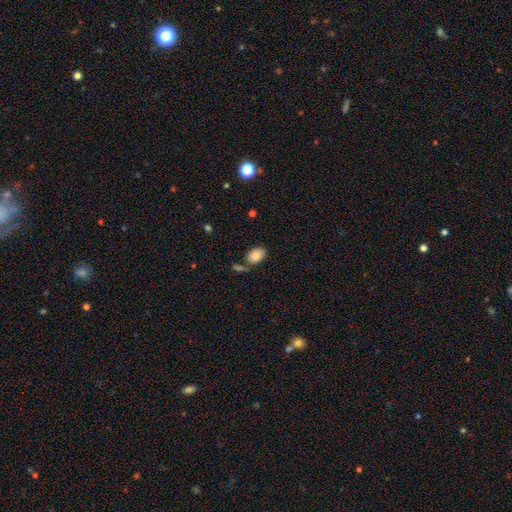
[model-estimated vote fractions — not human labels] The model was most divided on "merging": none: 66%, merger: 15%, minor disturbance: 14%, major disturbance: 5%. More confident: smooth or featured — smooth (85%); how rounded — in between (84%).